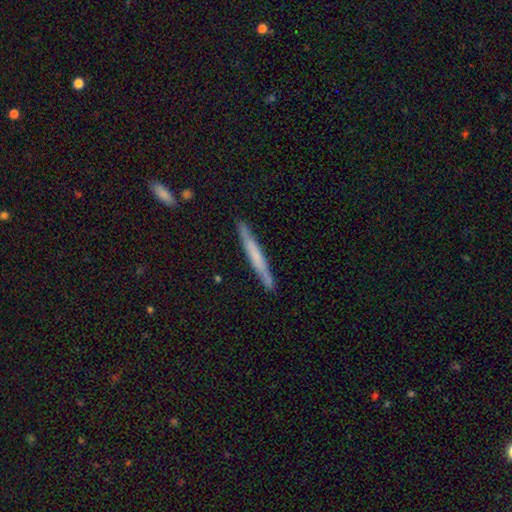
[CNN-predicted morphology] smooth_or_featured: smooth (p=0.52) [alt: featured or disk p=0.42]
how_rounded: cigar-shaped (p=0.97) [alt: in between p=0.02]
merging: none (p=0.87) [alt: minor disturbance p=0.09]